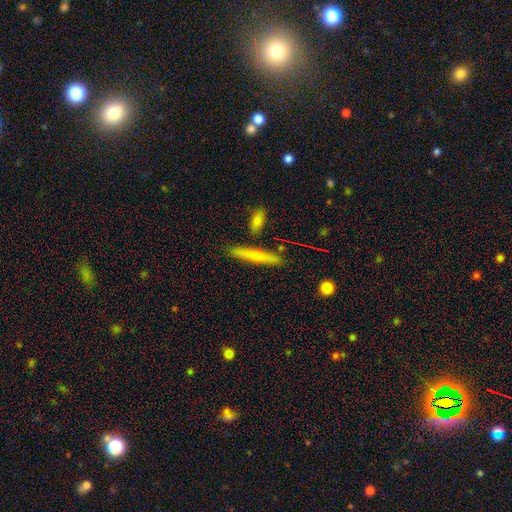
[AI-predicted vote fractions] Smooth or featured: smooth — 66% (featured or disk — 28%)
How rounded: cigar-shaped — 93% (in between — 5%)
Merging: none — 85% (minor disturbance — 9%)